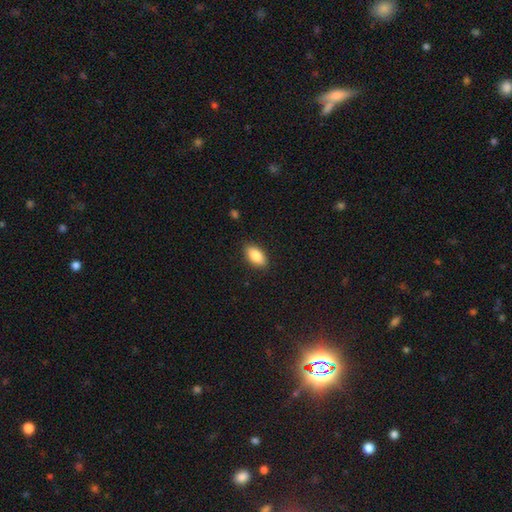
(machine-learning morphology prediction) Smooth or featured?
  - smooth: 86% *
  - featured or disk: 7%
  - star or artifact: 7%
How rounded?
  - in between: 91% *
  - cigar-shaped: 6%
  - round: 3%
Merging?
  - none: 87% *
  - minor disturbance: 10%
  - major disturbance: 2%
  - merger: 1%